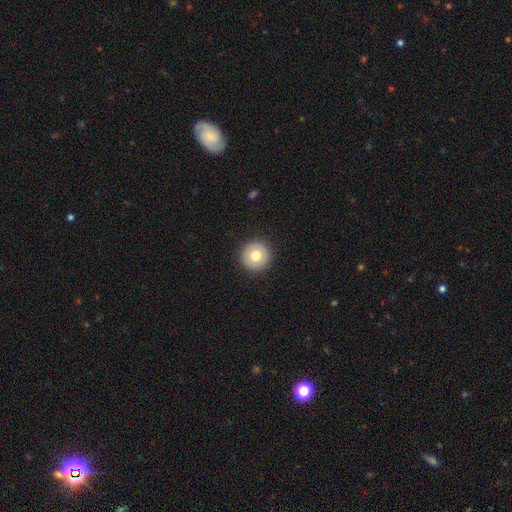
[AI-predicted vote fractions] Smooth or featured: smooth — 75% (featured or disk — 16%)
How rounded: round — 96% (in between — 3%)
Merging: none — 92% (minor disturbance — 5%)